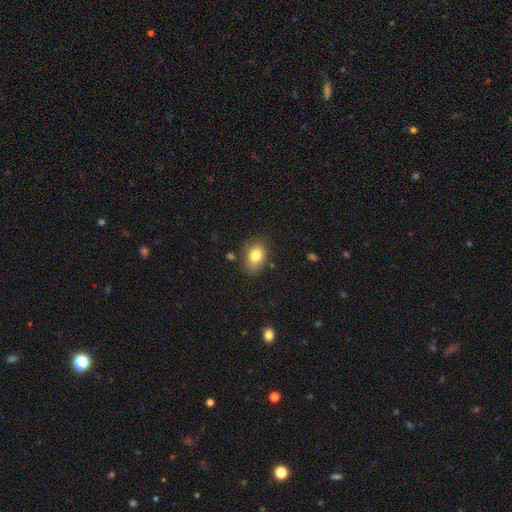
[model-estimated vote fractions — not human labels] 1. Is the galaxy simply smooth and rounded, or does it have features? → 81% smooth, 10% featured or disk, 9% star or artifact.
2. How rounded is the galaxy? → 77% in between, 22% round, 1% cigar-shaped.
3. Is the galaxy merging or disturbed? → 76% none, 17% minor disturbance, 4% major disturbance, 3% merger.